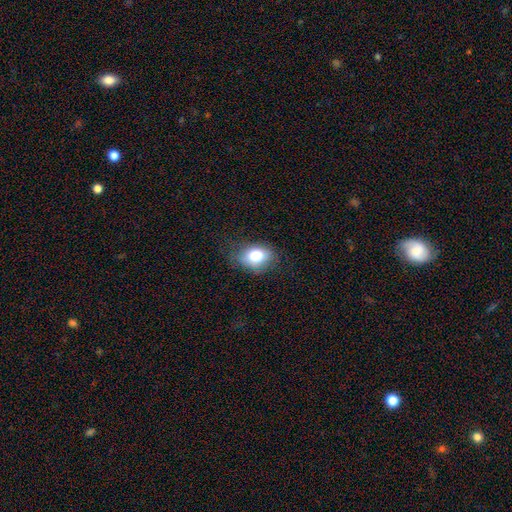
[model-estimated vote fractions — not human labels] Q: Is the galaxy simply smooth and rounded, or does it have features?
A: smooth — 79%.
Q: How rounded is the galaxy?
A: in between — 72%.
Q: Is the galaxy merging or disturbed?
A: none — 71%.